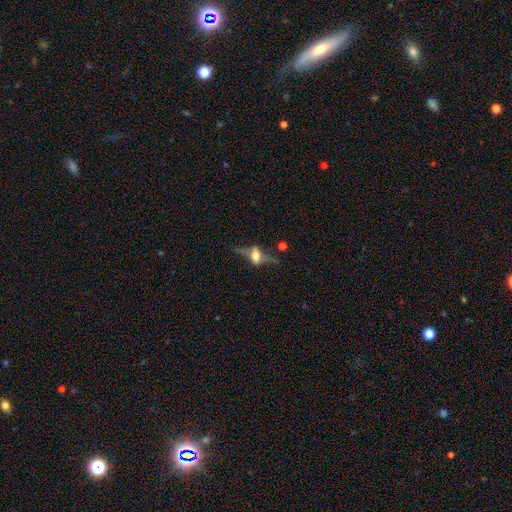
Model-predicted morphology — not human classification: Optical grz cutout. It shows a featured or disk galaxy (72%) viewed edge-on (83%) with a rounded central bulge (93%). Merging: none (63%).